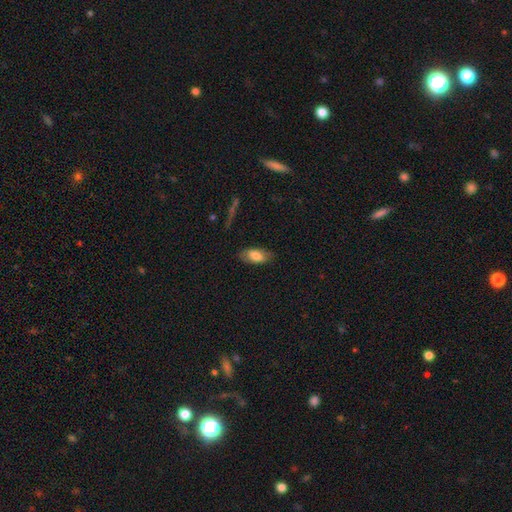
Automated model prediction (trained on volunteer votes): A smooth galaxy with no disk features (74%) that is in between round and cigar-shaped (89%).

Vote fractions:
- Smooth or featured? smooth: 74% / featured or disk: 19% / star or artifact: 7%
- How rounded? in between: 89% / cigar-shaped: 8% / round: 3%
- Merging? none: 80% / minor disturbance: 15% / major disturbance: 3% / merger: 1%